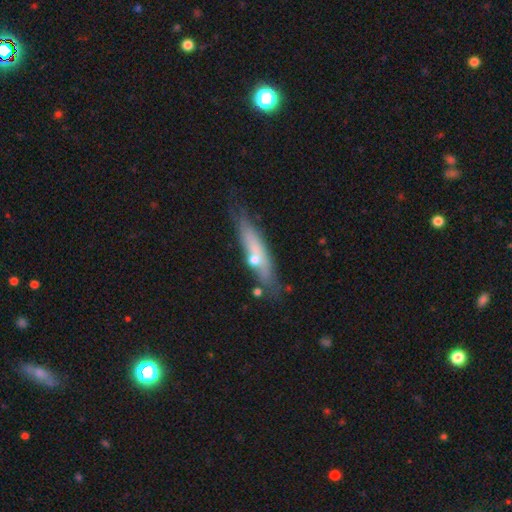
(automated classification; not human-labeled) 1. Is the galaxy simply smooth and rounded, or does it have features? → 47% smooth, 45% featured or disk, 8% star or artifact.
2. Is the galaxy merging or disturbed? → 67% none, 18% minor disturbance, 8% merger, 6% major disturbance.